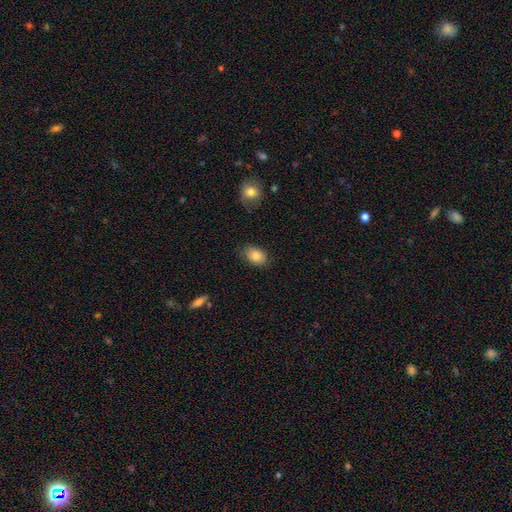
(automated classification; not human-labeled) smooth-or-featured: smooth: 85% | star or artifact: 8% | featured or disk: 7%
  how-rounded: in between: 82% | round: 17% | cigar-shaped: 1%
  merging: none: 80% | minor disturbance: 15% | major disturbance: 3% | merger: 2%